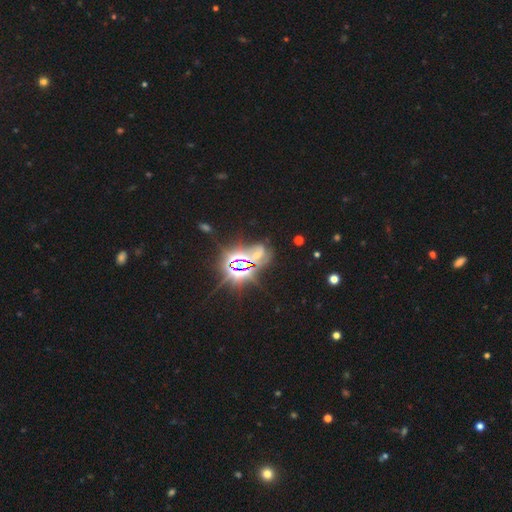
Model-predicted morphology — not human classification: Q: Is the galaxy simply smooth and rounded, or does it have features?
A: star or artifact — 79%.